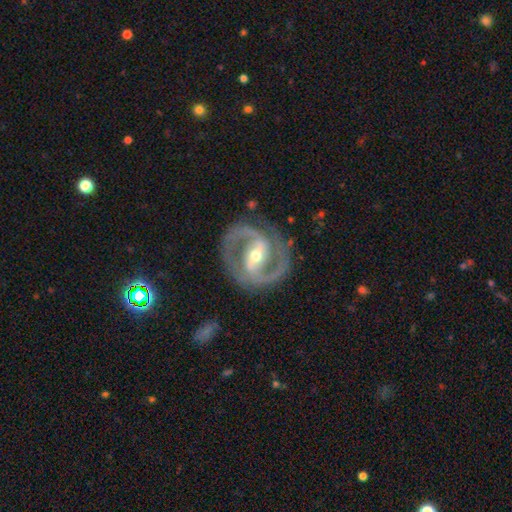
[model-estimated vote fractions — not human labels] The model was most divided on "bar": strong: 53%, weak: 33%, no: 14%. More confident: edge-on disk — no (97%); spiral arms — yes (97%); spiral arm count — 2 (93%); smooth or featured — featured or disk (92%); merging — none (84%); bulge size — moderate (61%); spiral winding — medium (58%).